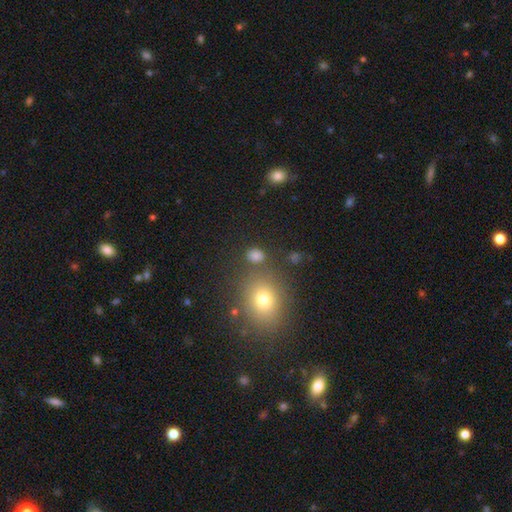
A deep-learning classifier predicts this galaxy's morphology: Overall: smooth (78%). How rounded: round (57%; in between 41%). Merging: none (76%).